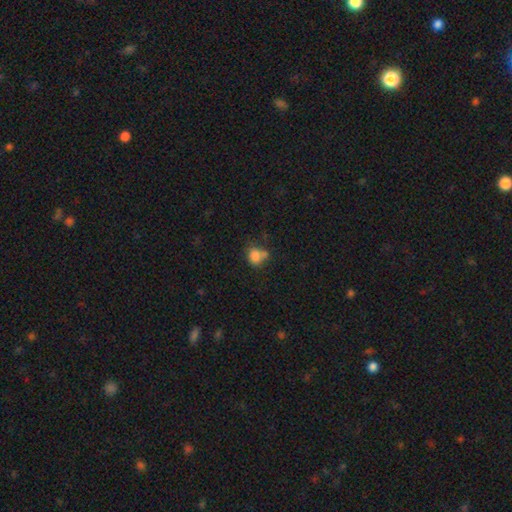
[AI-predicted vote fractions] smooth 81%, star or artifact 11%, featured or disk 8%. Down the decision tree: how rounded — round (63%); merging — none (45%).